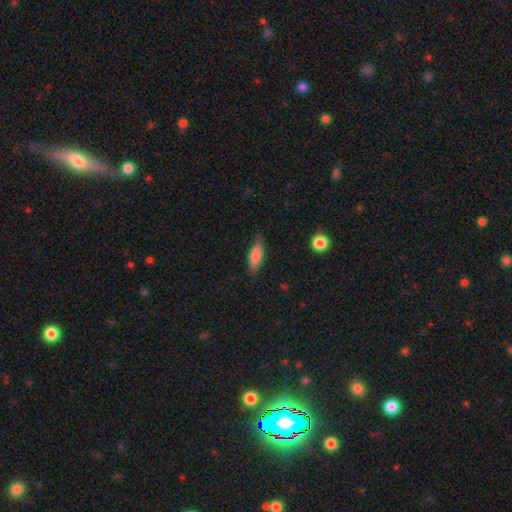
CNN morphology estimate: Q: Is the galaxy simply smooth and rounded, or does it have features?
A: smooth — 81%.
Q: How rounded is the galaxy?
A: in between — 55%.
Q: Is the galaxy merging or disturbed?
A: none — 80%.